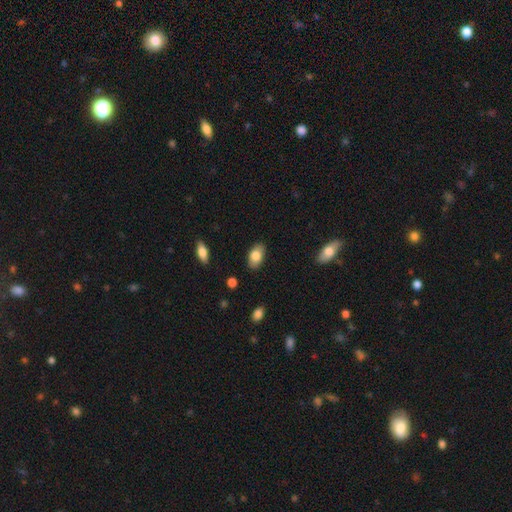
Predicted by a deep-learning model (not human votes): Overall: smooth (81%). How rounded: in between (92%). Merging: none (86%).